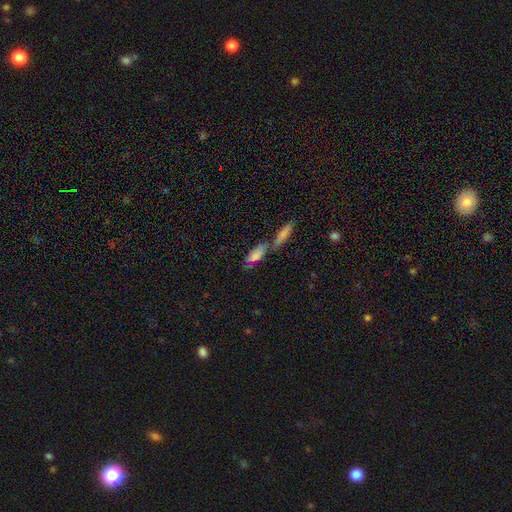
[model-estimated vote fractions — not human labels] Smooth or featured? smooth (70%)
How rounded? in between (60%)
Merging? merger (44%)